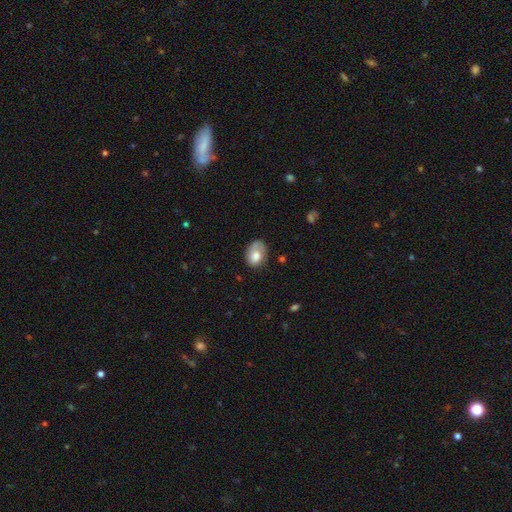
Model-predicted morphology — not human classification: A smooth galaxy with no disk features (66%) that is in between round and cigar-shaped (72%). Merging: none (50%).